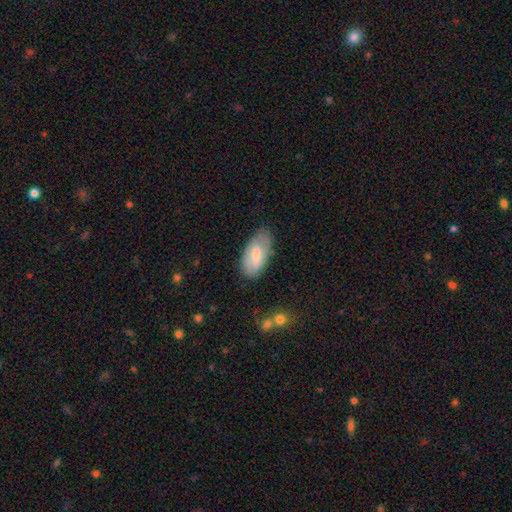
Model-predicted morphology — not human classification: Smooth or featured: smooth — 71% (featured or disk — 23%)
How rounded: in between — 93% (cigar-shaped — 5%)
Merging: none — 72% (minor disturbance — 21%)